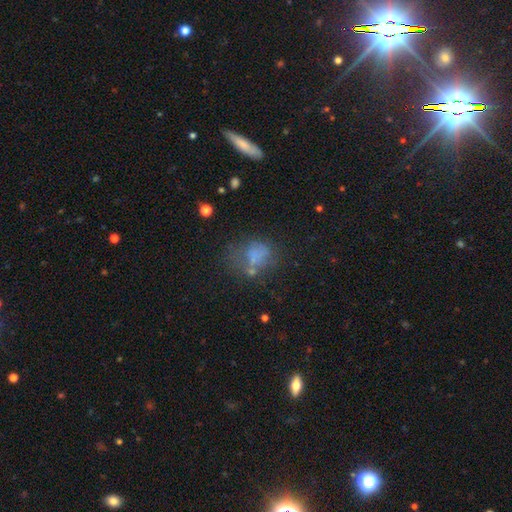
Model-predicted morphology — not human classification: This appears to be a smooth galaxy with no disk features (54%) that is in between round and cigar-shaped (55%). Merging: none (40%).